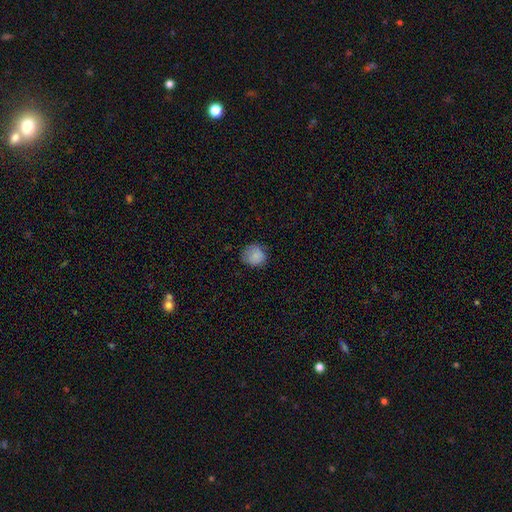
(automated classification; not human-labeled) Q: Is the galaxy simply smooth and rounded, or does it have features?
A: smooth — 84%.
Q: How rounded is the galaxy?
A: round — 80%.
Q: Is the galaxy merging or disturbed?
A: none — 72%.